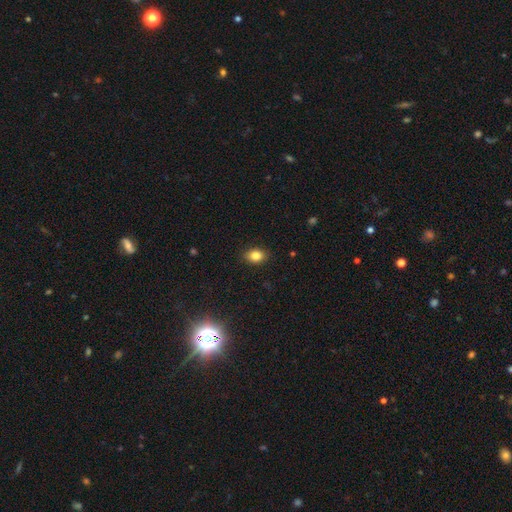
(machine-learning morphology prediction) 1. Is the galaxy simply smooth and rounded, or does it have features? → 83% smooth, 10% star or artifact, 6% featured or disk.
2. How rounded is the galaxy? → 70% in between, 29% round, 1% cigar-shaped.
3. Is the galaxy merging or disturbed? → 88% none, 9% minor disturbance, 2% major disturbance, 1% merger.